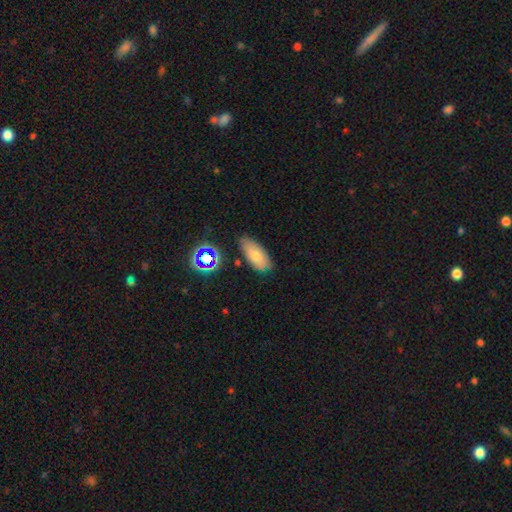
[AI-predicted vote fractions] This is likely a smooth galaxy (69%). How rounded: clearly in between (86%). Merging: likely none (76%).